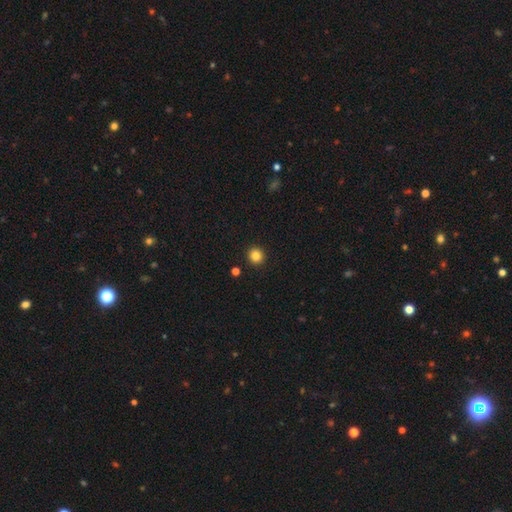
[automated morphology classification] type=smooth (84%); roundness=round (93%); merging=none (92%).